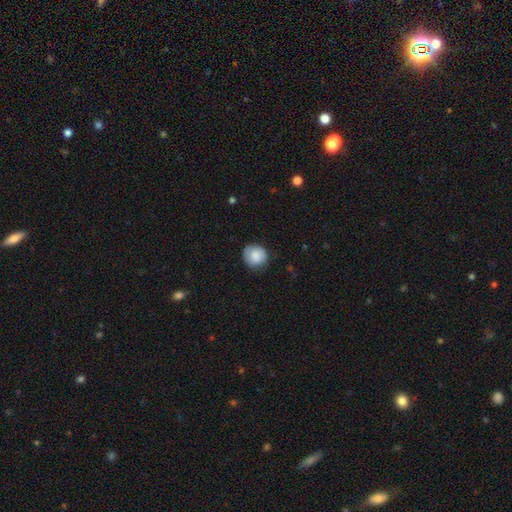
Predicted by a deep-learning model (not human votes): Smooth or featured?
  - smooth: 82% *
  - featured or disk: 10%
  - star or artifact: 7%
How rounded?
  - round: 88% *
  - in between: 11%
  - cigar-shaped: 1%
Merging?
  - none: 78% *
  - minor disturbance: 17%
  - major disturbance: 4%
  - merger: 1%